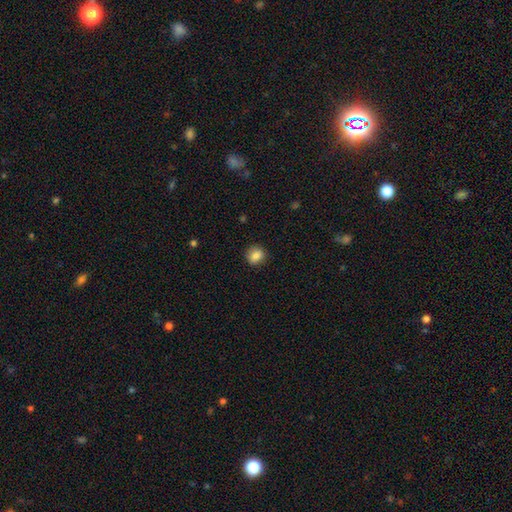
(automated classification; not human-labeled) Smooth or featured? smooth (86%)
How rounded? round (74%)
Merging? none (85%)